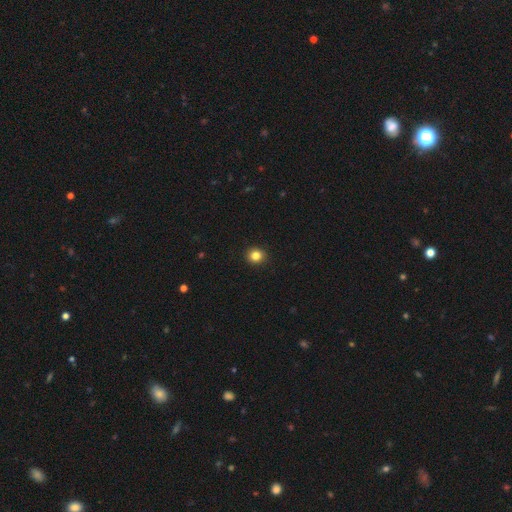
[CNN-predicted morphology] smooth_or_featured: smooth (p=0.84) [alt: star or artifact p=0.11]
how_rounded: round (p=0.87) [alt: in between p=0.12]
merging: none (p=0.93) [alt: minor disturbance p=0.05]